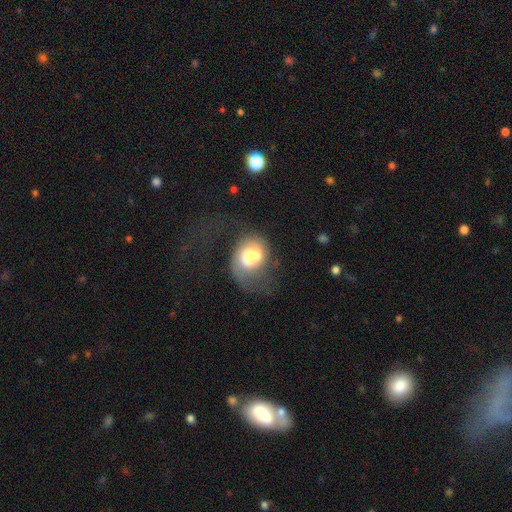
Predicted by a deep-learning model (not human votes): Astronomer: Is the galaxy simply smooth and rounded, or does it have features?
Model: smooth — 49% (runner-up: featured or disk, 42%).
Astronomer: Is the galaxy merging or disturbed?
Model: merger — 33% (runner-up: major disturbance, 31%).